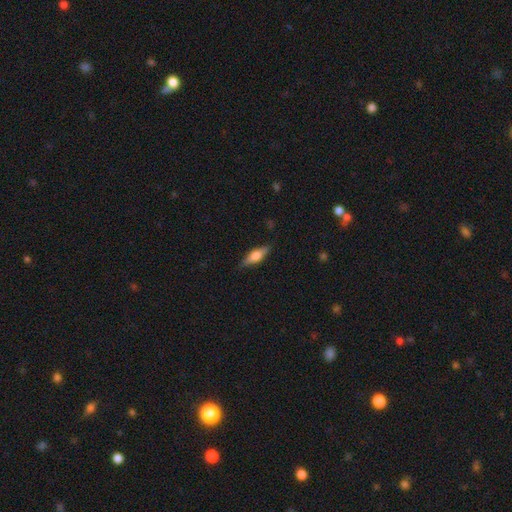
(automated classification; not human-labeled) Smooth or featured: smooth — 52% (featured or disk — 42%)
How rounded: in between — 50% (cigar-shaped — 47%)
Merging: none — 85% (minor disturbance — 12%)